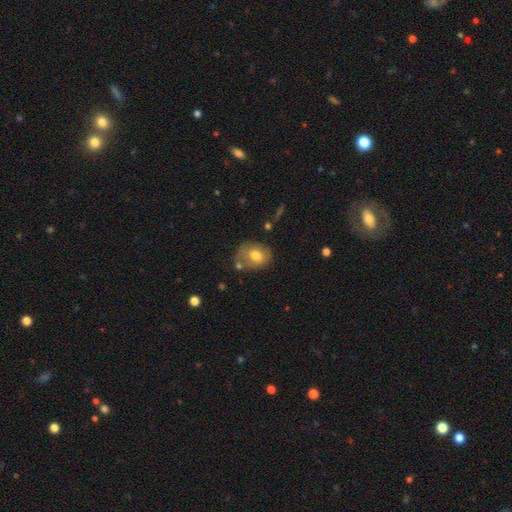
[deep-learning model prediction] Smooth or featured: smooth — 69% (featured or disk — 23%)
How rounded: in between — 52% (round — 47%)
Merging: none — 58% (minor disturbance — 25%)